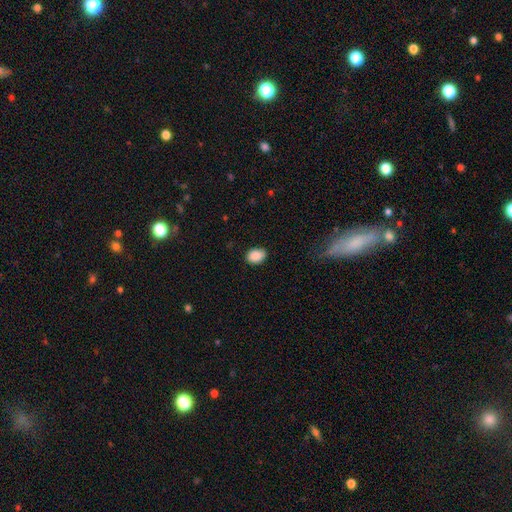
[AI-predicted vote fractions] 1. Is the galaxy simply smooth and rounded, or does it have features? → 89% smooth, 7% star or artifact, 3% featured or disk.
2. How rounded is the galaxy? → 71% in between, 28% round, 1% cigar-shaped.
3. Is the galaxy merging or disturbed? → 86% none, 11% minor disturbance, 2% major disturbance, 1% merger.